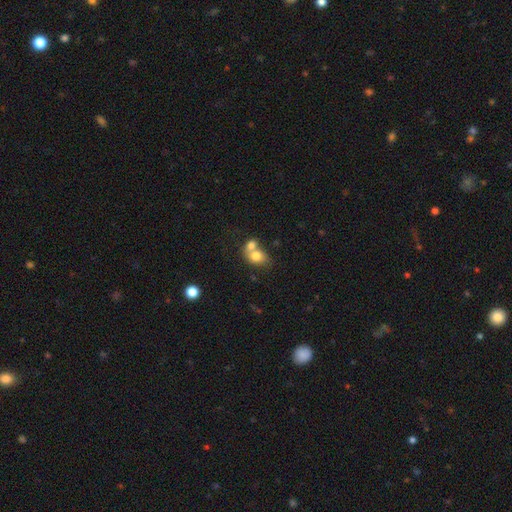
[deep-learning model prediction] Smooth or featured? Predicted: smooth (p=0.74). How rounded? Predicted: in between (p=0.50). Merging? Predicted: merger (p=0.64).